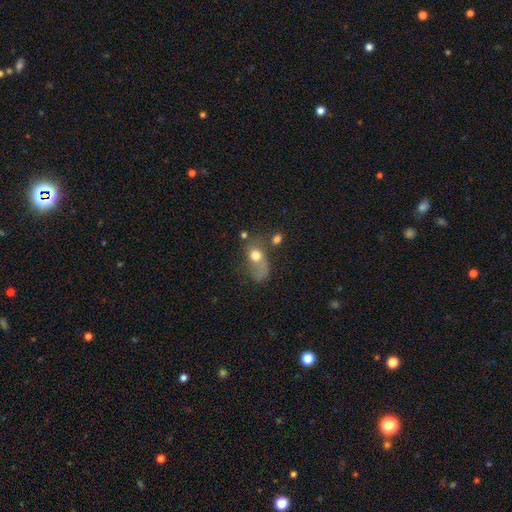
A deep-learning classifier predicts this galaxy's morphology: The model was most divided on "merging": major disturbance: 38%, none: 24%, minor disturbance: 21%, merger: 17%. More confident: smooth or featured — smooth (66%); how rounded — in between (62%).